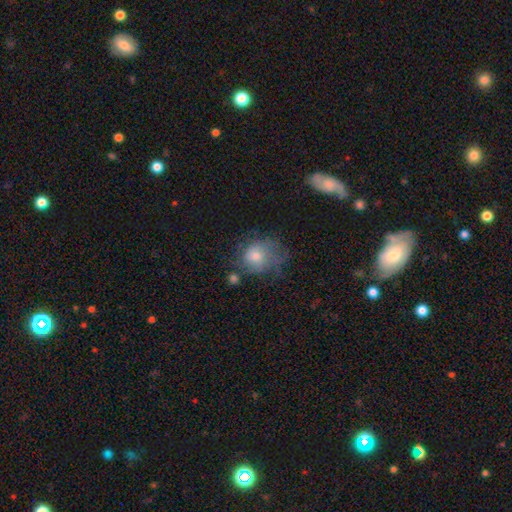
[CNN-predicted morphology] smooth 63%, featured or disk 26%, star or artifact 11%. Down the decision tree: how rounded — round (55%); merging — none (39%).